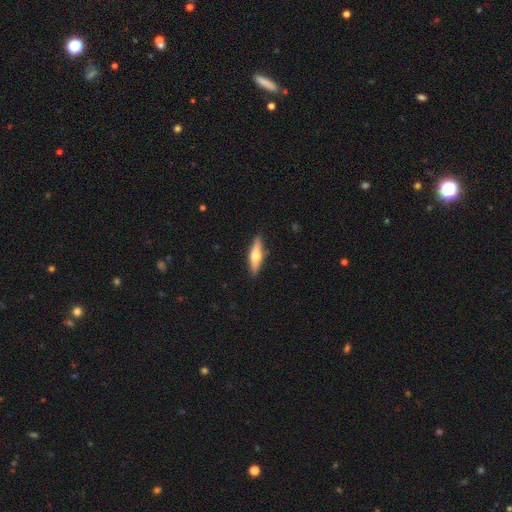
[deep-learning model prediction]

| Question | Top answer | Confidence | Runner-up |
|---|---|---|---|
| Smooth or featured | featured or disk | 49% | smooth (45%) |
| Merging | none | 89% | minor disturbance (9%) |